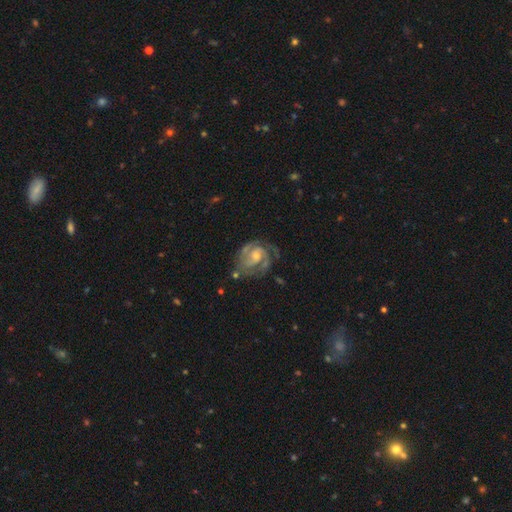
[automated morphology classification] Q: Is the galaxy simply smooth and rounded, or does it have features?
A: featured or disk — 89%.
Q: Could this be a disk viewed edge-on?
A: no — 98%.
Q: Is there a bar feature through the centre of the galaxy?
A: no — 49%.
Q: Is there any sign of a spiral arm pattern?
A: yes — 97%.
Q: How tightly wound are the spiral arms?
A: tight — 53%.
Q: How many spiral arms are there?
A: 2 — 46%.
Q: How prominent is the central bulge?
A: moderate — 51%.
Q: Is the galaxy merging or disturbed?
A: none — 67%.